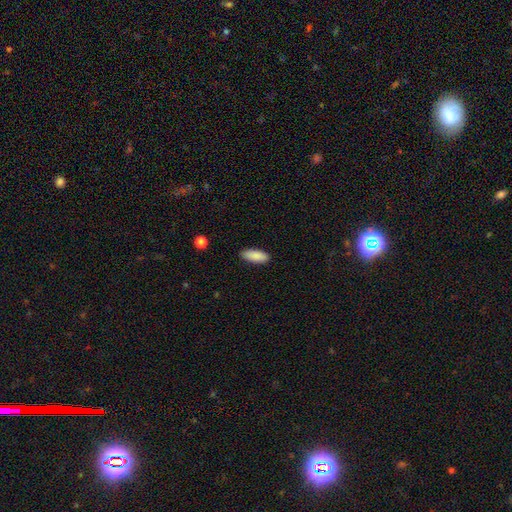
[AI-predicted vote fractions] A smooth galaxy with no disk features (89%) that is in between round and cigar-shaped (77%).

Vote fractions:
- Smooth or featured? smooth: 89% / star or artifact: 6% / featured or disk: 5%
- How rounded? in between: 77% / cigar-shaped: 21% / round: 2%
- Merging? none: 88% / minor disturbance: 9% / major disturbance: 2% / merger: 1%